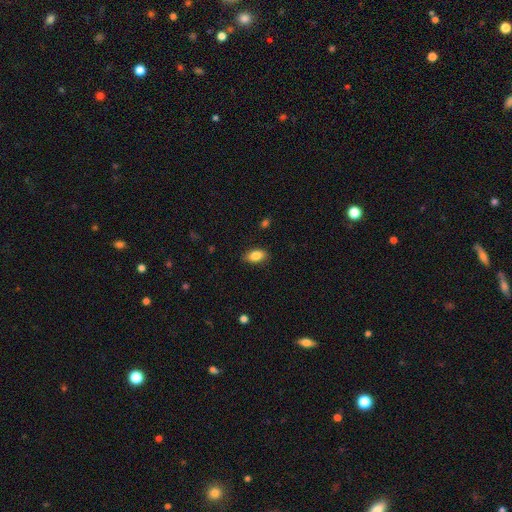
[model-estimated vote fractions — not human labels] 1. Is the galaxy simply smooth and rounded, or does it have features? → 86% smooth, 8% star or artifact, 6% featured or disk.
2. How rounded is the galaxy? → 90% in between, 6% round, 4% cigar-shaped.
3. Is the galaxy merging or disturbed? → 84% none, 12% minor disturbance, 2% major disturbance, 1% merger.